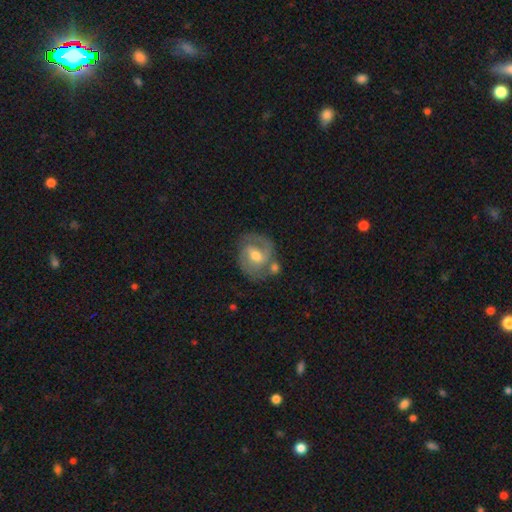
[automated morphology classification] Smooth or featured?
  - featured or disk: 76% *
  - smooth: 18%
  - star or artifact: 6%
Edge-on disk?
  - no: 97% *
  - yes: 3%
Bar?
  - weak: 56% *
  - no: 25%
  - strong: 19%
Spiral arms?
  - yes: 90% *
  - no: 10%
Spiral winding?
  - medium: 49% *
  - tight: 37%
  - loose: 14%
Spiral arm count?
  - 2: 79% *
  - can't tell: 8%
  - 1: 8%
  - 3: 3%
  - 4: 1%
  - more than 4: 1%
Bulge size?
  - moderate: 67% *
  - small: 26%
  - large: 5%
  - none: 1%
  - dominant: 1%
Merging?
  - none: 62% *
  - minor disturbance: 17%
  - merger: 13%
  - major disturbance: 7%